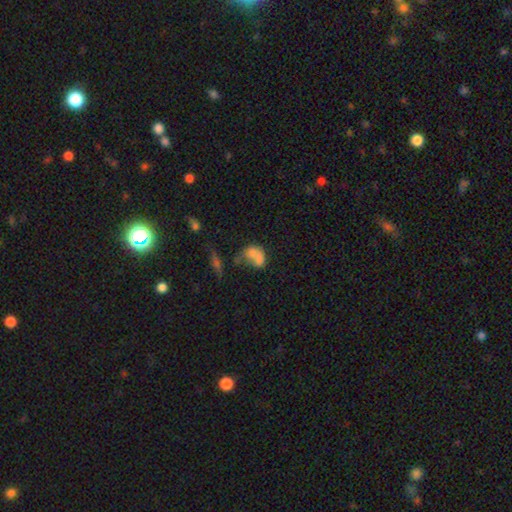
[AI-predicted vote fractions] A smooth galaxy with no disk features (63%) that is in between round and cigar-shaped (70%).

Vote fractions:
- Smooth or featured? smooth: 63% / featured or disk: 25% / star or artifact: 12%
- How rounded? in between: 70% / round: 28% / cigar-shaped: 2%
- Merging? merger: 54% / none: 20% / major disturbance: 15% / minor disturbance: 12%